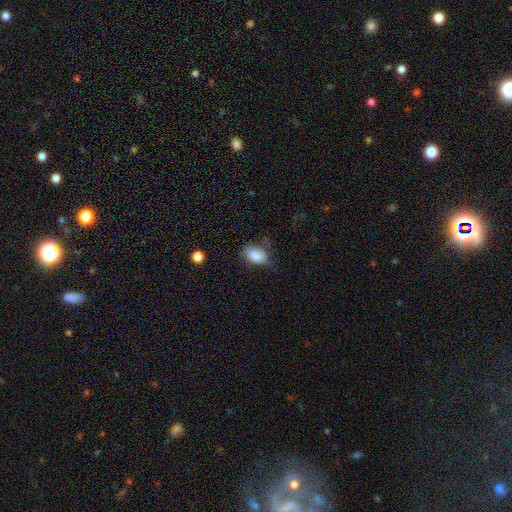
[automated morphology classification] Q: Smooth or featured?
A: smooth (83%); runner-up: featured or disk (10%)
Q: How rounded?
A: in between (88%); runner-up: round (10%)
Q: Merging?
A: none (50%); runner-up: minor disturbance (33%)